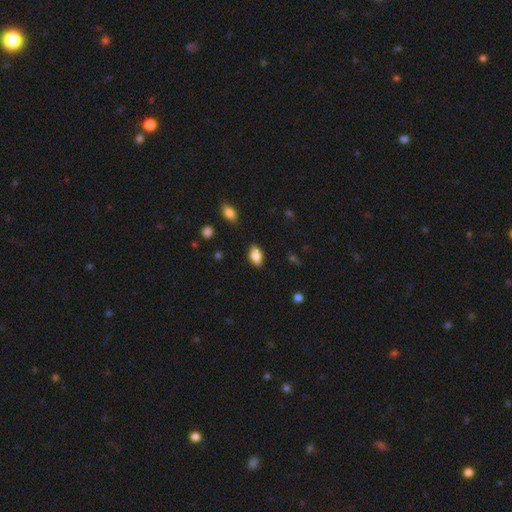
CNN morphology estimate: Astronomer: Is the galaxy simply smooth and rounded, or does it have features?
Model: smooth — 83%.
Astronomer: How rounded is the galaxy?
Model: in between — 92%.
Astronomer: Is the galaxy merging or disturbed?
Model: none — 86%.